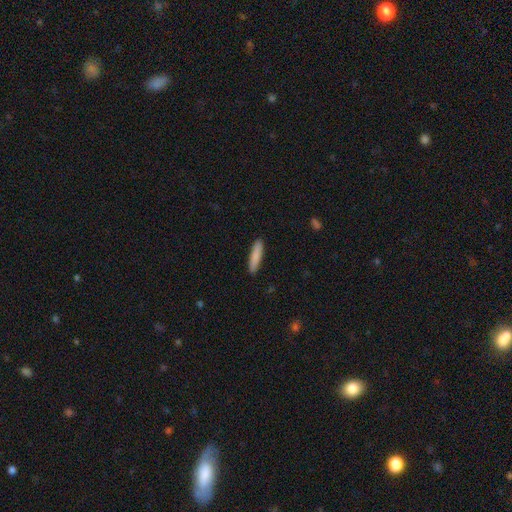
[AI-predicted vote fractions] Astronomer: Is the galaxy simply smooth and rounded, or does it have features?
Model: smooth — 85%.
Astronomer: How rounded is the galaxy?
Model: cigar-shaped — 84%.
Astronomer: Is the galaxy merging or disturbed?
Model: none — 90%.